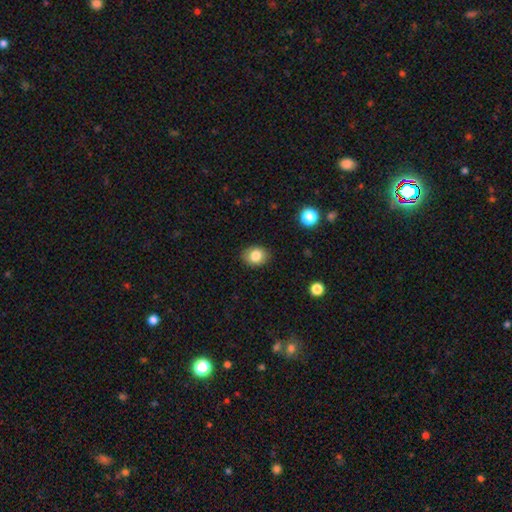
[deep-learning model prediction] Overall: smooth (83%). How rounded: round (50%; in between 49%). Merging: none (88%).